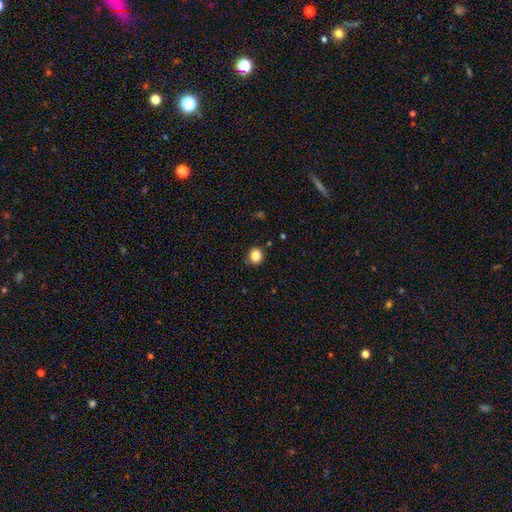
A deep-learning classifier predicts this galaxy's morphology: The model was most divided on "how rounded": round: 81%, in between: 18%, cigar-shaped: 1%. More confident: merging — none (87%); smooth or featured — smooth (86%).